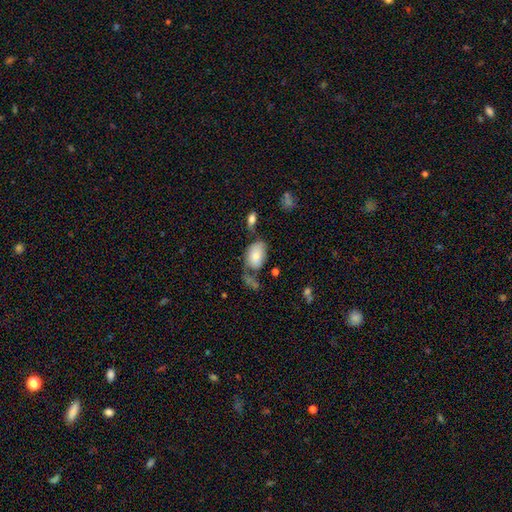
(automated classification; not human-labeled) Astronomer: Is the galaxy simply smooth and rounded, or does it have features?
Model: smooth — 78%.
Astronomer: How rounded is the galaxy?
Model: in between — 89%.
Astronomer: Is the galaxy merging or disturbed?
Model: none — 47% (runner-up: minor disturbance, 26%).